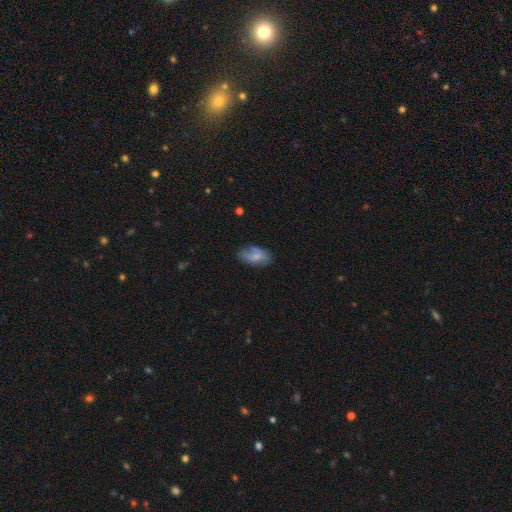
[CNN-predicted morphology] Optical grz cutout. It shows a smooth galaxy with no disk features (62%) that is in between round and cigar-shaped (91%). Merging: none (59%).